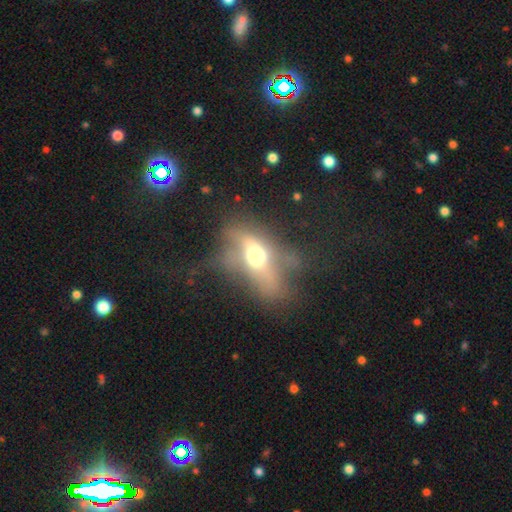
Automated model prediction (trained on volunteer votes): Smooth or featured? Predicted: featured or disk (p=0.54). Edge-on disk? Predicted: no (p=0.62). Merging? Predicted: none (p=0.38).